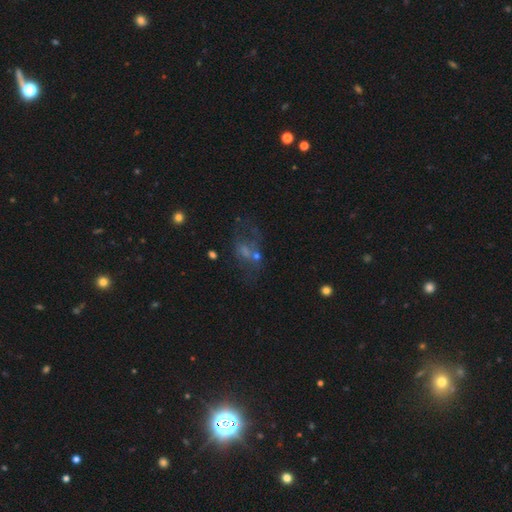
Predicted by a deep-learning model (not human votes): smooth_or_featured: featured or disk (p=0.41) [alt: star or artifact p=0.32]
merging: none (p=0.38) [alt: major disturbance p=0.30]